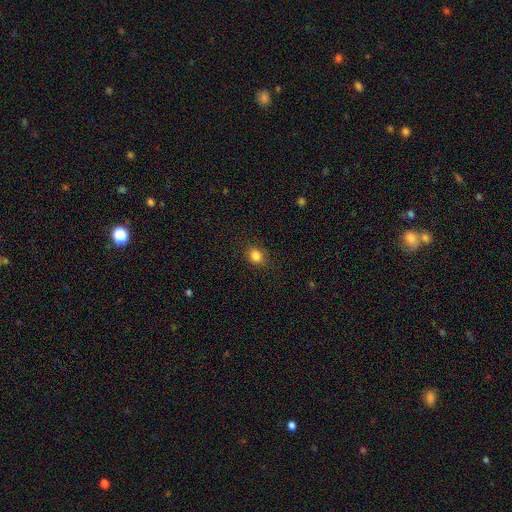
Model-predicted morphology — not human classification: Smooth or featured? Predicted: smooth (p=0.84). How rounded? Predicted: round (p=0.52). Merging? Predicted: none (p=0.86).